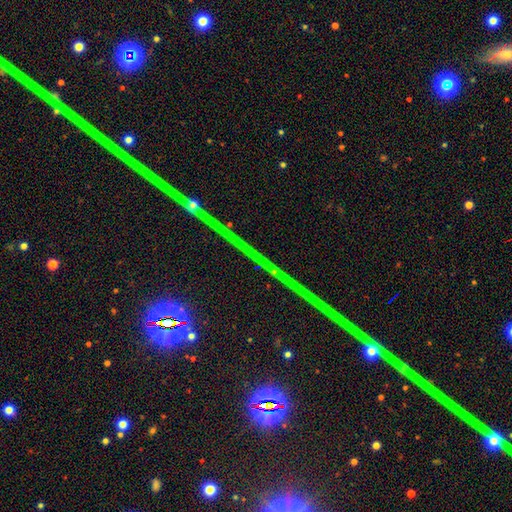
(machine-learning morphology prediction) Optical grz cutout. It shows a star or artifact, not a galaxy (84%).